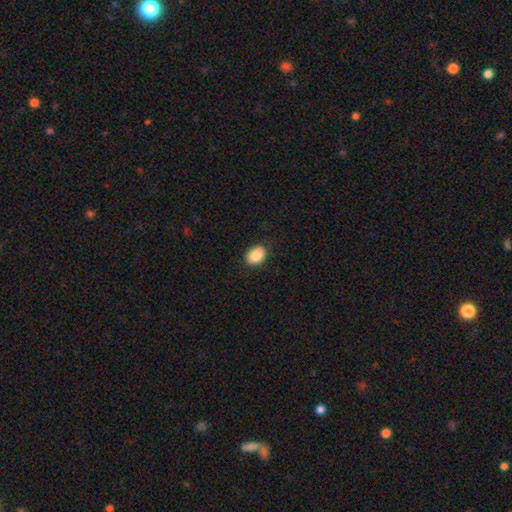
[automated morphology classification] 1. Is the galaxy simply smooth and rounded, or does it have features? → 85% smooth, 8% star or artifact, 7% featured or disk.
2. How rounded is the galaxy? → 63% in between, 36% round, 1% cigar-shaped.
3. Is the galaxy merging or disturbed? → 82% none, 14% minor disturbance, 3% major disturbance, 1% merger.